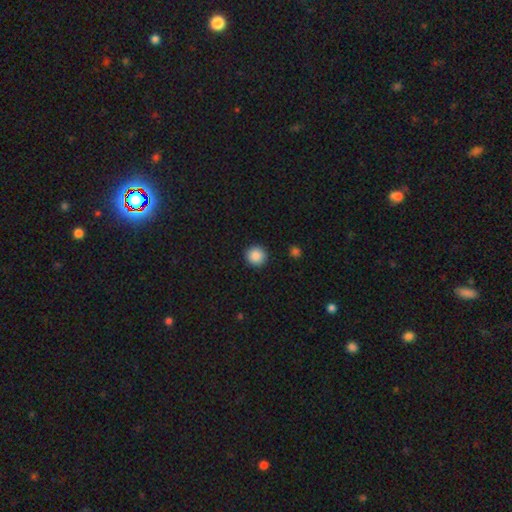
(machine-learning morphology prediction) The model was most divided on "smooth or featured": smooth: 88%, star or artifact: 9%, featured or disk: 3%. More confident: how rounded — round (94%); merging — none (92%).